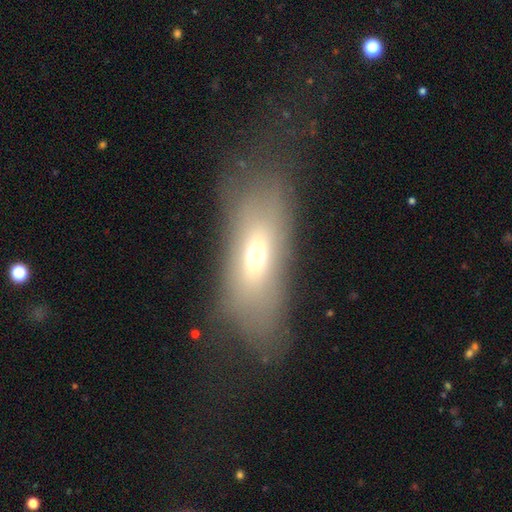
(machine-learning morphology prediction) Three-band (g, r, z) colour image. It shows a smooth galaxy with no disk features (57%) that is in between round and cigar-shaped (70%). Merging: none (53%).